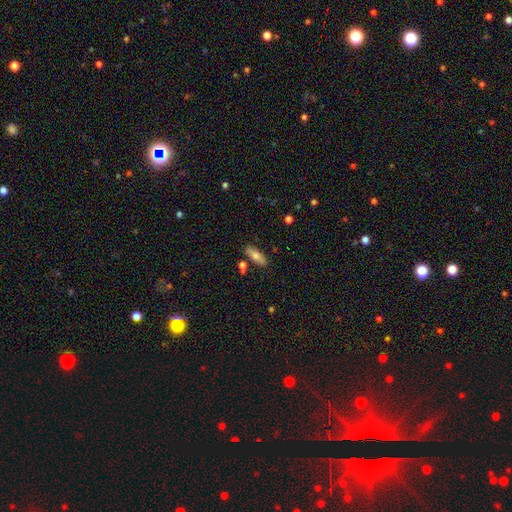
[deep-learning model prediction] This appears to be a smooth galaxy with no disk features (70%) that is in between round and cigar-shaped (71%). Merging: none (80%).